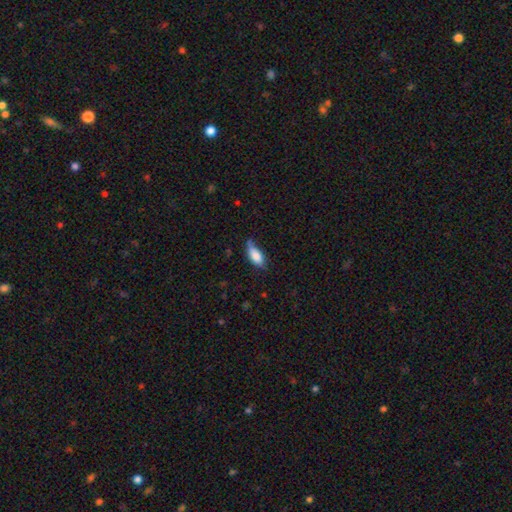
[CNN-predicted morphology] Smooth or featured: smooth — 80% (featured or disk — 13%)
How rounded: in between — 83% (cigar-shaped — 15%)
Merging: none — 54% (minor disturbance — 35%)